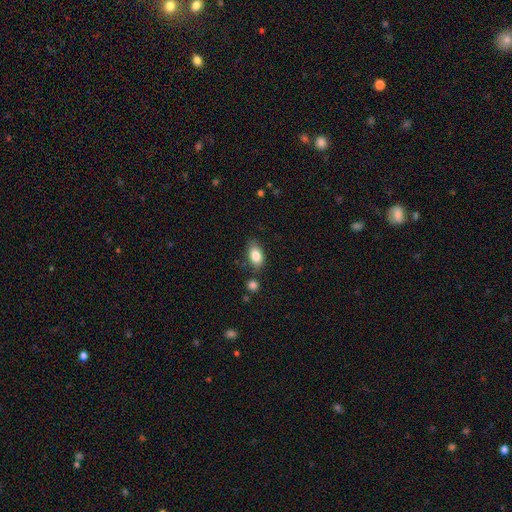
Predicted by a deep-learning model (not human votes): Morphology: type=smooth (84%); roundness=in between (90%); merging=none (76%).